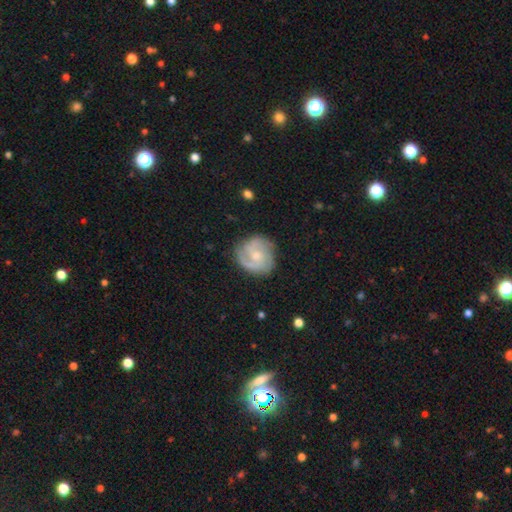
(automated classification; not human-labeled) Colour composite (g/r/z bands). It shows a featured or disk galaxy (79%) with no bar (64%), 2 (45%) tight (45%) spiral arms (95%) and a small central bulge (47%, tied with moderate). Merging: none (77%).